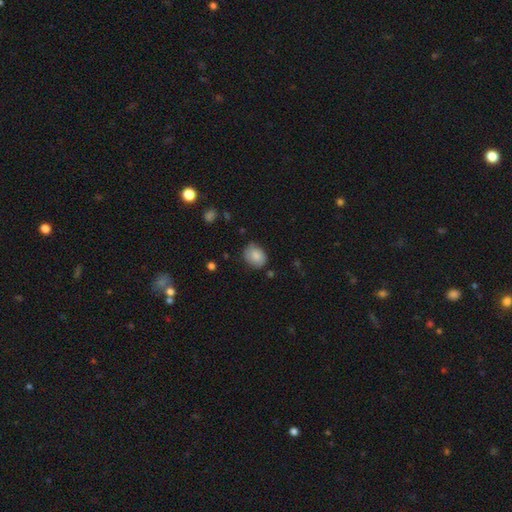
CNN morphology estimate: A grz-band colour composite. It shows a smooth galaxy with no disk features (79%) that is in between round and cigar-shaped (52%). Merging: none (72%).